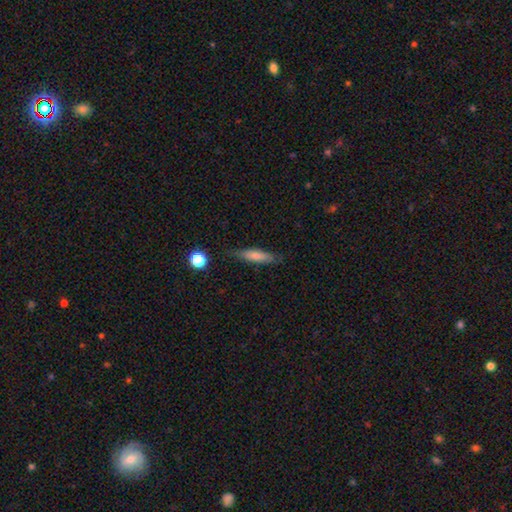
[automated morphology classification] A smooth galaxy with no disk features (73%) that is cigar-shaped (75%).

Vote fractions:
- Smooth or featured? smooth: 73% / featured or disk: 19% / star or artifact: 7%
- How rounded? cigar-shaped: 75% / in between: 23% / round: 2%
- Merging? none: 81% / minor disturbance: 15% / major disturbance: 3% / merger: 2%